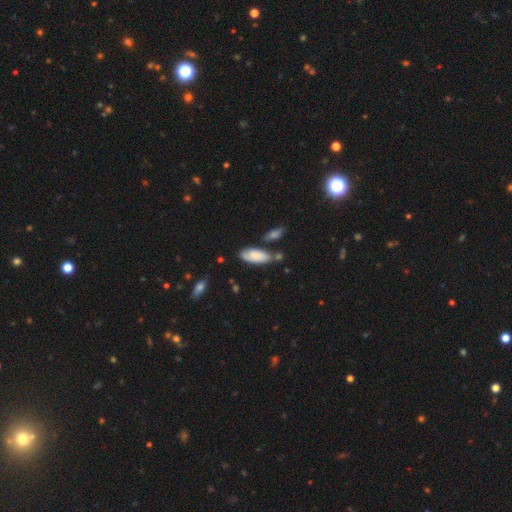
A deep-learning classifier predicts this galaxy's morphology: This is likely a smooth galaxy (72%). How rounded: clearly in between (85%). Merging: likely none (61%).